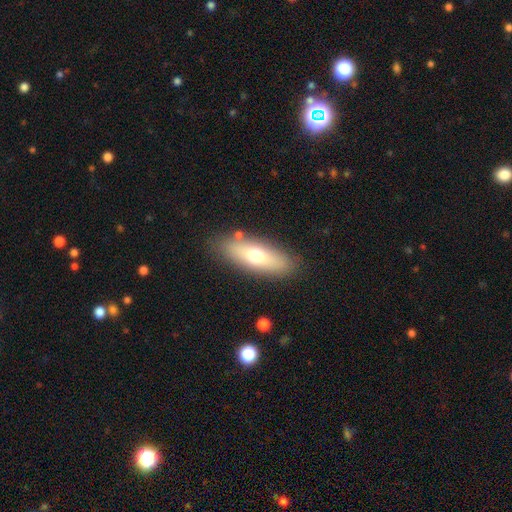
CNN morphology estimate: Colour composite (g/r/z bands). It shows a smooth galaxy with no disk features (64%) that is in between round and cigar-shaped (65%). Merging: none (83%).